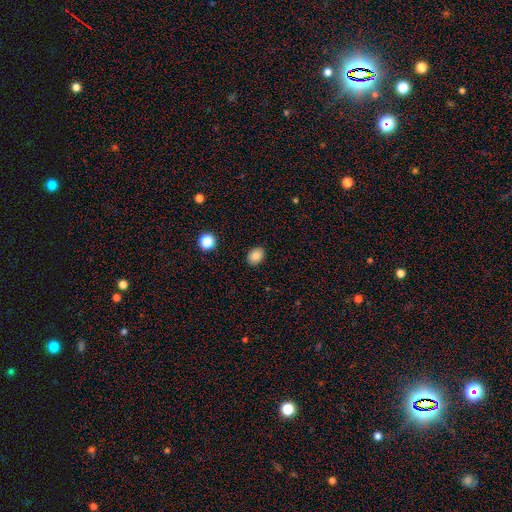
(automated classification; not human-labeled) Smooth or featured?
  - smooth: 86% *
  - star or artifact: 10%
  - featured or disk: 5%
How rounded?
  - in between: 65% *
  - round: 34%
  - cigar-shaped: 1%
Merging?
  - none: 89% *
  - minor disturbance: 8%
  - major disturbance: 2%
  - merger: 1%